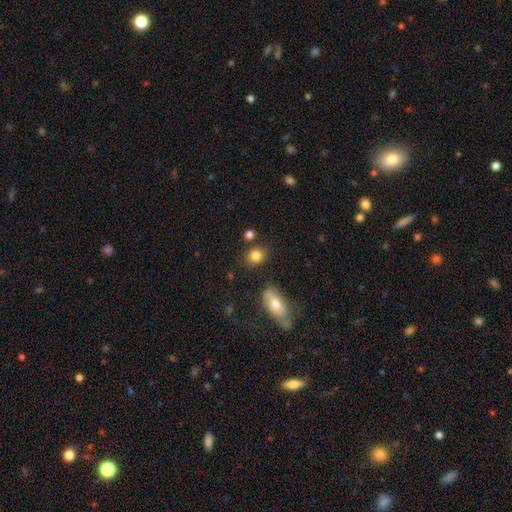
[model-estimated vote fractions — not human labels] Q: Smooth or featured?
A: smooth (83%); runner-up: star or artifact (10%)
Q: How rounded?
A: round (64%); runner-up: in between (35%)
Q: Merging?
A: none (80%); runner-up: minor disturbance (10%)